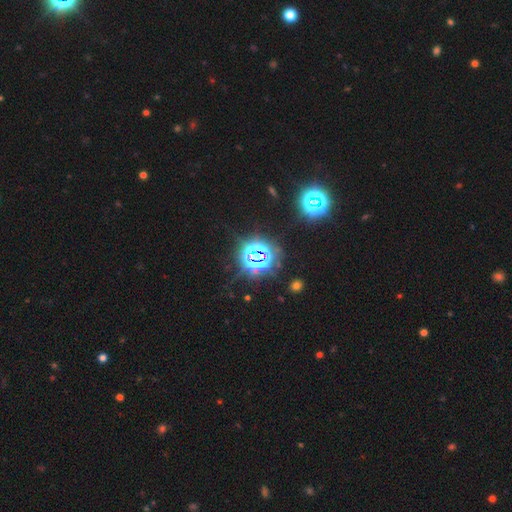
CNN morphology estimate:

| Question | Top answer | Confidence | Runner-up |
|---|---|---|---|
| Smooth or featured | star or artifact | 82% | smooth (9%) |